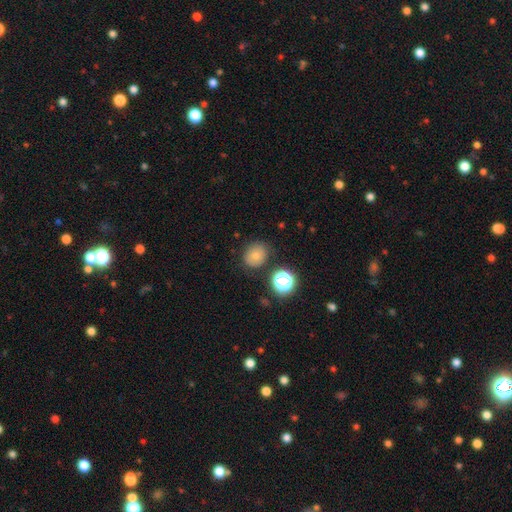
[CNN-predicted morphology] This is likely a smooth galaxy (74%). How rounded: likely round (65%). Merging: likely none (79%).